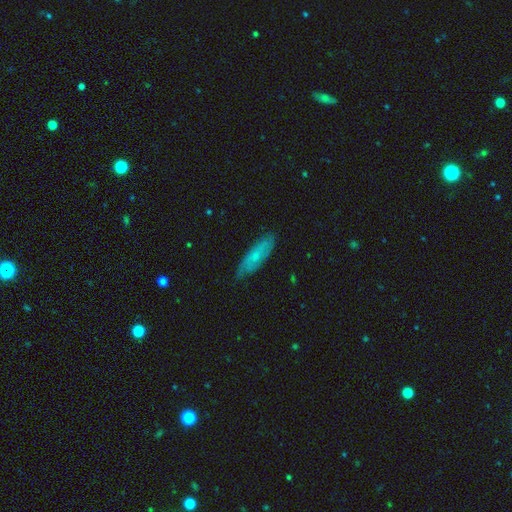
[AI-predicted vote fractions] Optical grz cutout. It shows a smooth galaxy with no disk features (54%) that is cigar-shaped (49%, tied with in between). Merging: none (77%).